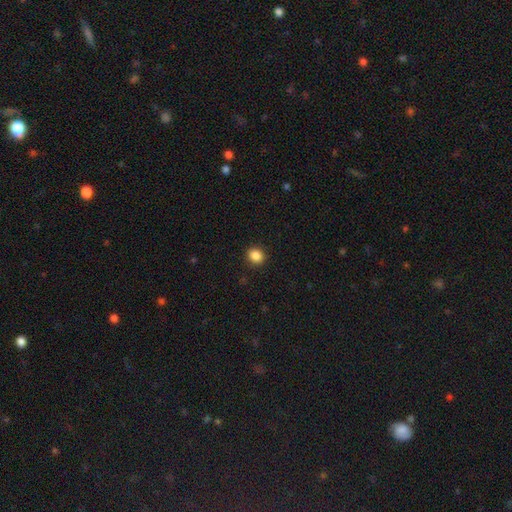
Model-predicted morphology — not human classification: This appears to be a smooth galaxy with no disk features (87%) that is round (80%). Merging: none (91%).